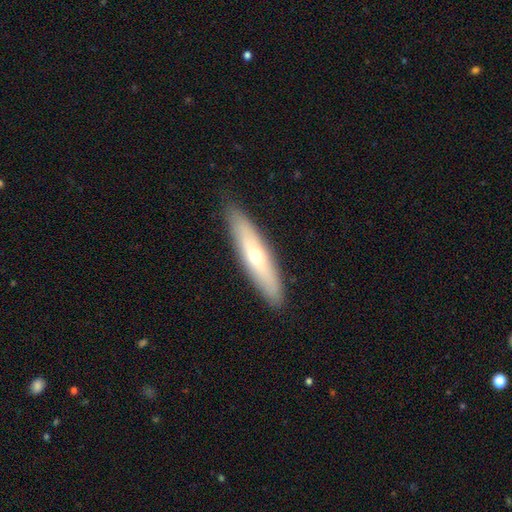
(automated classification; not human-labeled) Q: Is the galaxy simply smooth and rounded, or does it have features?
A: smooth — 48%.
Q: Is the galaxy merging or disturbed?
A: none — 88%.